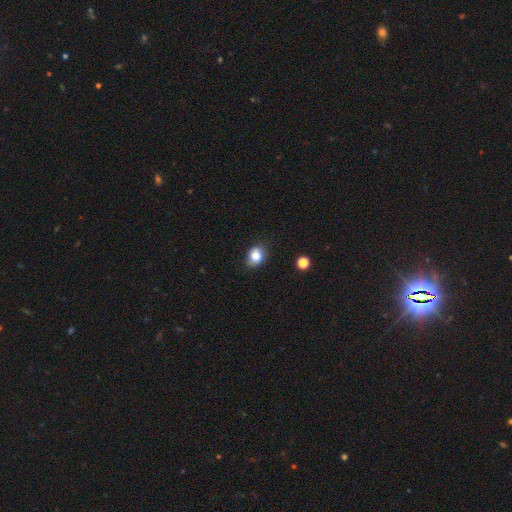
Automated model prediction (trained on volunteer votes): smooth 80%, star or artifact 10%, featured or disk 10%. Down the decision tree: how rounded — in between (54%); merging — none (73%).